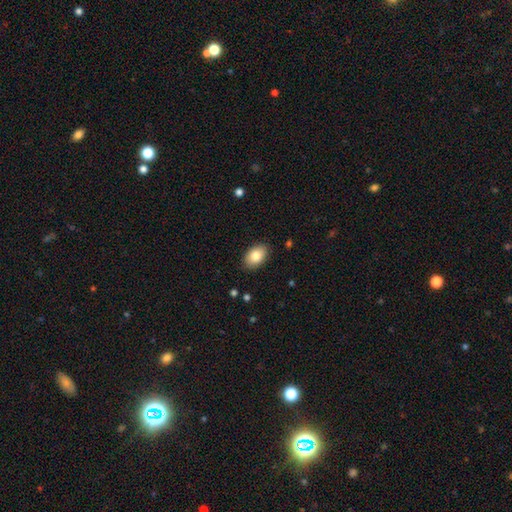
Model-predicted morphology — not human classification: A smooth galaxy with no disk features (84%) that is in between round and cigar-shaped (89%).

Vote fractions:
- Smooth or featured? smooth: 84% / featured or disk: 9% / star or artifact: 7%
- How rounded? in between: 89% / round: 9% / cigar-shaped: 1%
- Merging? none: 88% / minor disturbance: 9% / major disturbance: 2% / merger: 1%